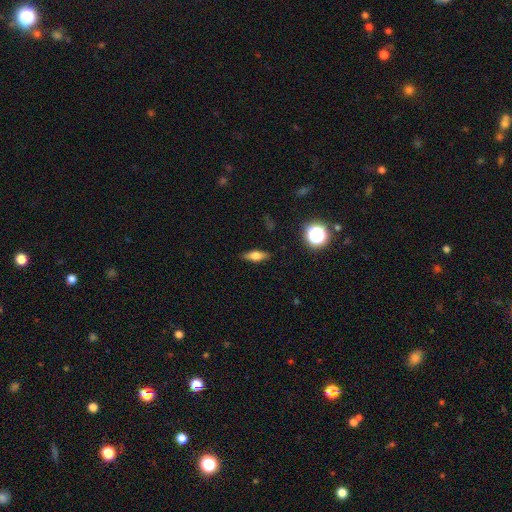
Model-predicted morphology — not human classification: A smooth galaxy with no disk features (59%) that is in between round and cigar-shaped (54%).

Vote fractions:
- Smooth or featured? smooth: 59% / featured or disk: 30% / star or artifact: 11%
- How rounded? in between: 54% / cigar-shaped: 39% / round: 7%
- Merging? none: 86% / minor disturbance: 10% / major disturbance: 3% / merger: 1%